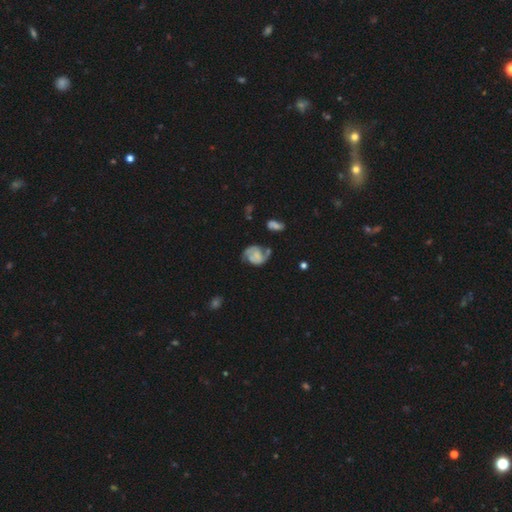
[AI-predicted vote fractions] A featured or disk galaxy (71%) with no bar (55%), 2 (83%) medium (46%) spiral arms (90%) and no central bulge (42%). Merging: none (52%).